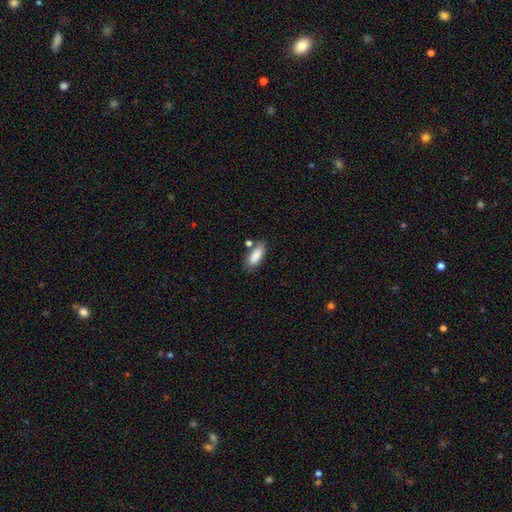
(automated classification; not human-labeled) Smooth or featured? smooth (86%)
How rounded? in between (74%)
Merging? none (67%)